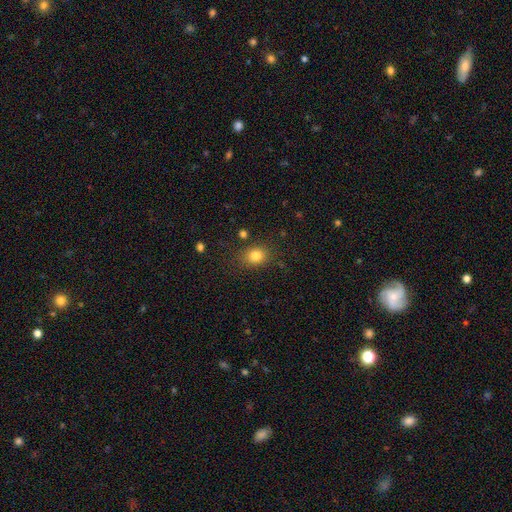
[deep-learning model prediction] A smooth galaxy with no disk features (82%) that is round (57%).

Vote fractions:
- Smooth or featured? smooth: 82% / star or artifact: 12% / featured or disk: 6%
- How rounded? round: 57% / in between: 42% / cigar-shaped: 1%
- Merging? none: 81% / minor disturbance: 12% / major disturbance: 4% / merger: 3%